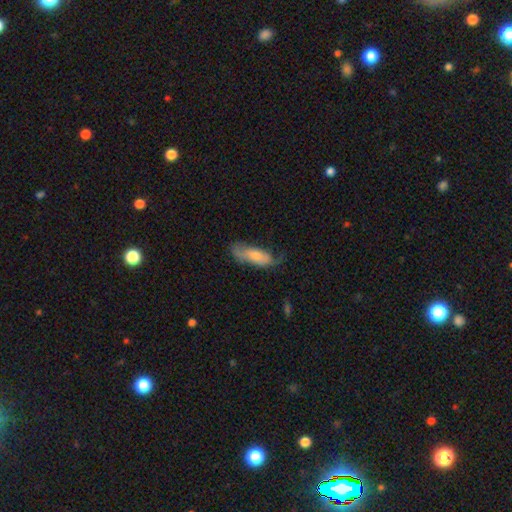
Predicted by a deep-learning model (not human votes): A smooth galaxy with no disk features (63%) that is in between round and cigar-shaped (70%). Merging: none (45%).